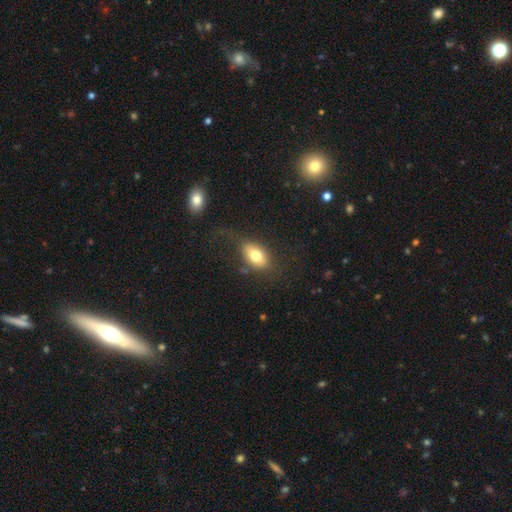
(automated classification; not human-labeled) This appears to be a smooth galaxy with no disk features (75%) that is in between round and cigar-shaped (87%). Merging: none (60%).